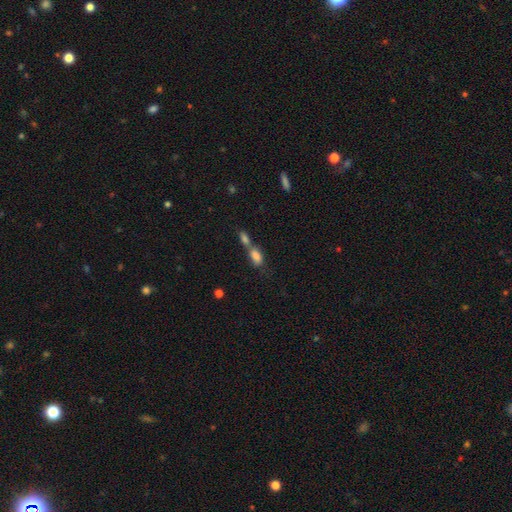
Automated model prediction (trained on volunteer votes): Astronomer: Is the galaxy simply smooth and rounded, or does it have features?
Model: smooth — 79%.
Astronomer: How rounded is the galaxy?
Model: in between — 85%.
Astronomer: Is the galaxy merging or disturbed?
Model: merger — 65%.